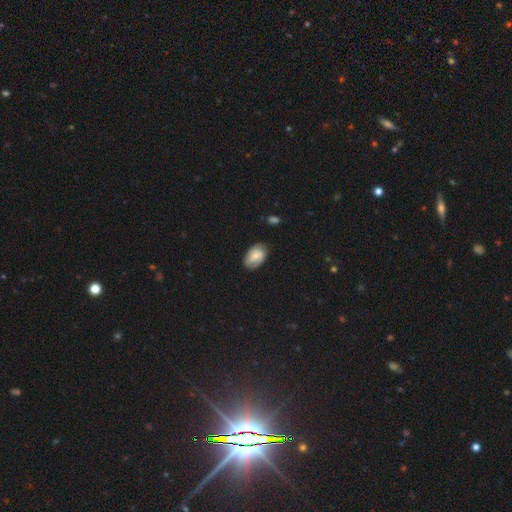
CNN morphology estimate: A smooth galaxy with no disk features (64%) that is in between round and cigar-shaped (87%).

Vote fractions:
- Smooth or featured? smooth: 64% / featured or disk: 28% / star or artifact: 7%
- How rounded? in between: 87% / round: 12% / cigar-shaped: 1%
- Merging? none: 71% / minor disturbance: 23% / major disturbance: 4% / merger: 1%